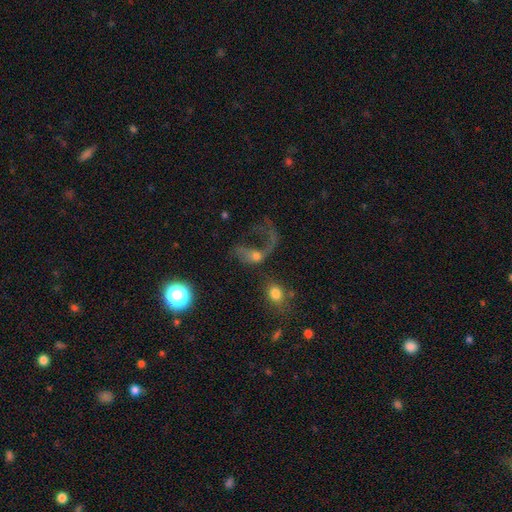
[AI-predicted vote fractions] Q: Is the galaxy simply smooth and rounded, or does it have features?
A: featured or disk — 49%.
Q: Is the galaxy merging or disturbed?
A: major disturbance — 53%.